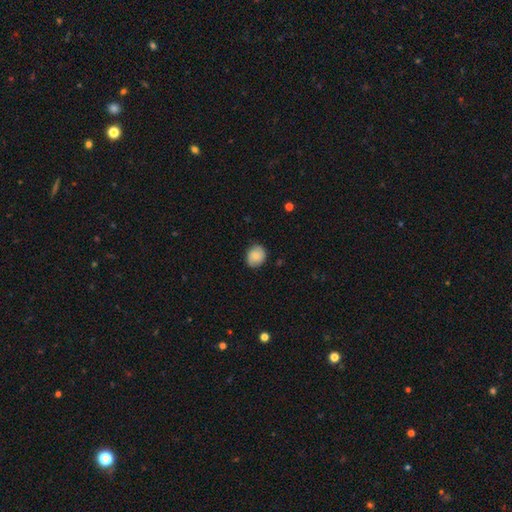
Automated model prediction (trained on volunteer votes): Morphology: type=smooth (77%); roundness=round (67%); merging=none (80%).